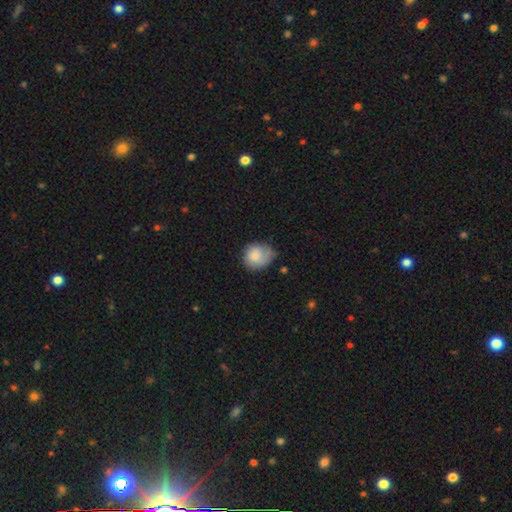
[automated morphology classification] Smooth or featured? smooth (81%)
How rounded? round (70%)
Merging? none (53%)